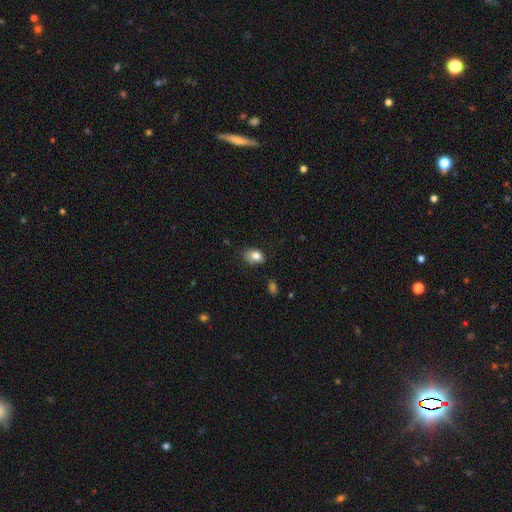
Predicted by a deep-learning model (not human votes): Smooth or featured: smooth — 81% (featured or disk — 10%)
How rounded: in between — 75% (round — 24%)
Merging: none — 59% (minor disturbance — 30%)